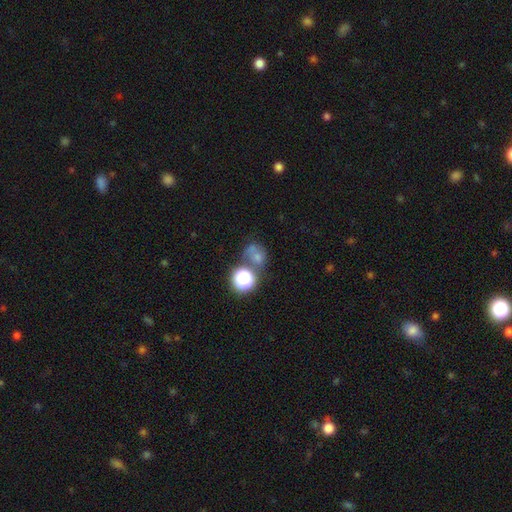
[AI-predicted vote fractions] This appears to be a smooth galaxy with no disk features (59%) that is round (68%). Merging: none (41%).